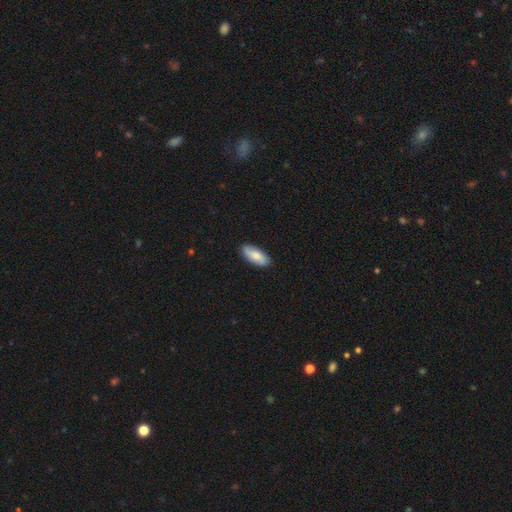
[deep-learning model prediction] This is likely a smooth galaxy (75%). How rounded: clearly in between (86%). Merging: clearly none (87%).